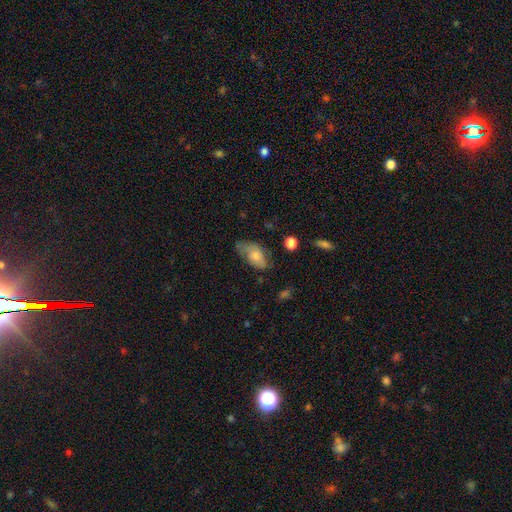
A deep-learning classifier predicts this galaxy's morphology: A smooth galaxy with no disk features (64%) that is in between round and cigar-shaped (91%).

Vote fractions:
- Smooth or featured? smooth: 64% / featured or disk: 28% / star or artifact: 7%
- How rounded? in between: 91% / round: 5% / cigar-shaped: 4%
- Merging? none: 45% / minor disturbance: 35% / major disturbance: 18% / merger: 3%